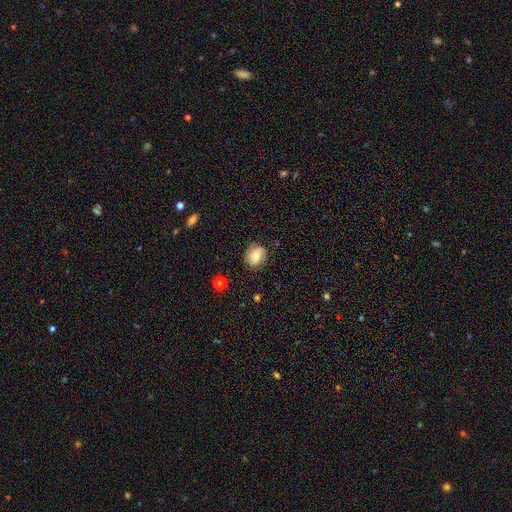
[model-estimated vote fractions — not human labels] smooth 56%, featured or disk 34%, star or artifact 10%. Down the decision tree: how rounded — round (57%); merging — none (73%).